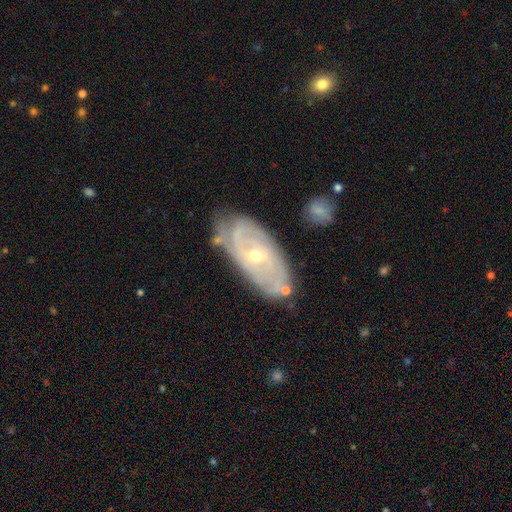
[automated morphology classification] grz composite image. It shows a featured or disk galaxy (82%) with no bar (45%), tight (69%) spiral arms (90%) and a small central bulge (51%). Merging: none (71%).